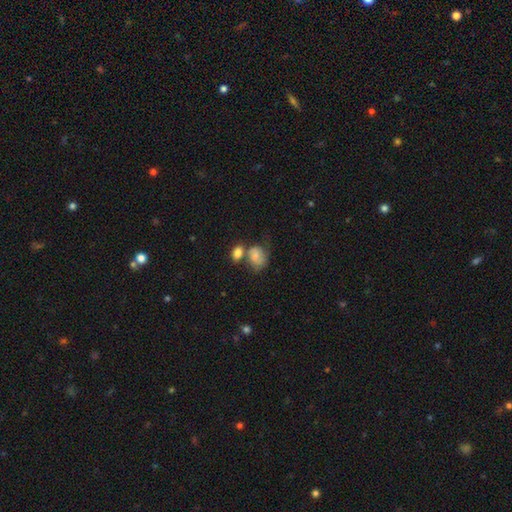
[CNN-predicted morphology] This is likely a smooth galaxy (63%). How rounded: likely in between (64%). Merging: marginally merger (42%).